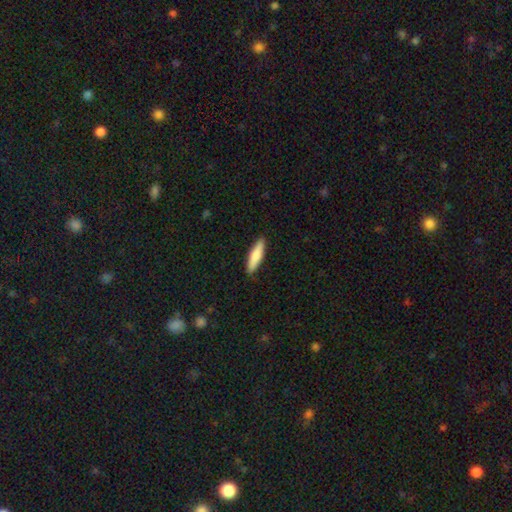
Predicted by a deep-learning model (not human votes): smooth-or-featured: smooth: 77% | featured or disk: 17% | star or artifact: 5%
  how-rounded: cigar-shaped: 73% | in between: 25% | round: 1%
  merging: none: 88% | minor disturbance: 9% | major disturbance: 2% | merger: 1%